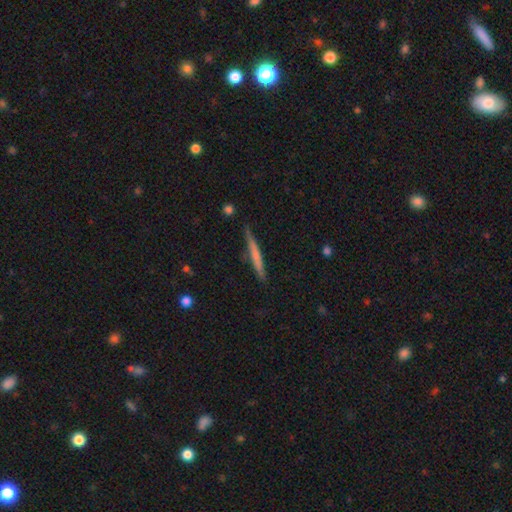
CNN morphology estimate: smooth_or_featured: smooth (p=0.55) [alt: featured or disk p=0.39]
how_rounded: cigar-shaped (p=0.96) [alt: in between p=0.03]
merging: none (p=0.85) [alt: minor disturbance p=0.12]